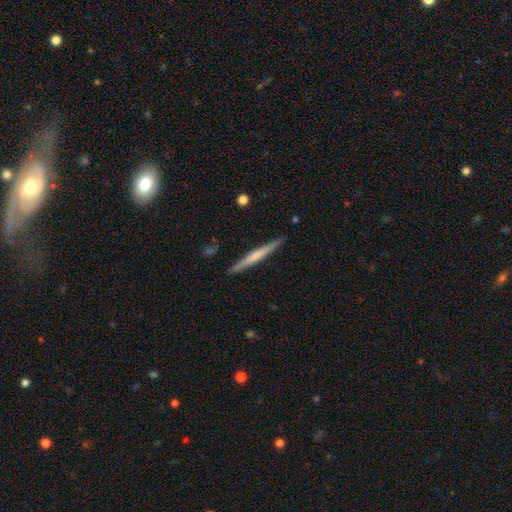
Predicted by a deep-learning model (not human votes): Smooth or featured? Predicted: smooth (p=0.49). Merging? Predicted: none (p=0.90).